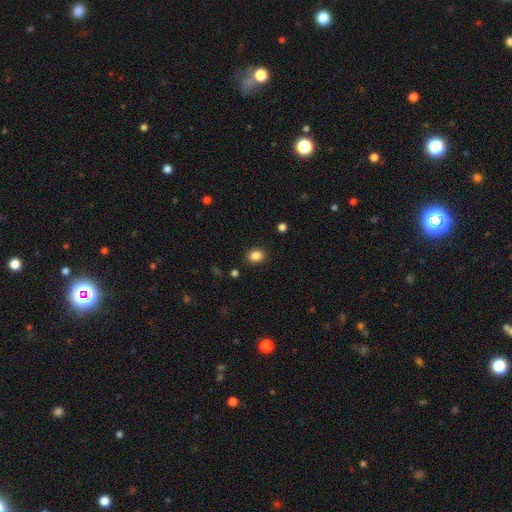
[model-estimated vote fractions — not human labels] Overall: smooth (85%). How rounded: round (65%; in between 34%). Merging: none (88%).